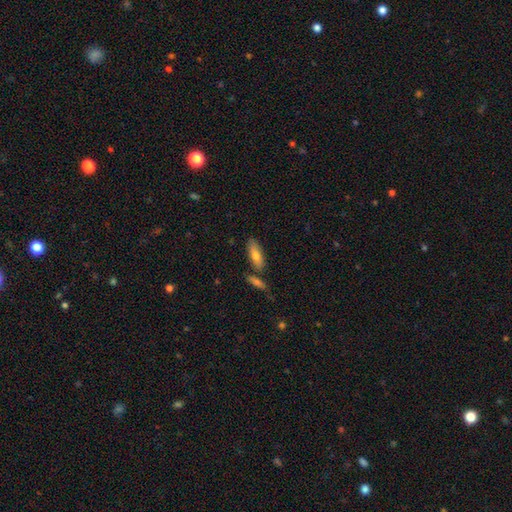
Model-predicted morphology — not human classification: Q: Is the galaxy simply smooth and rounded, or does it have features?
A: smooth — 69%.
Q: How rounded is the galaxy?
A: in between — 58%.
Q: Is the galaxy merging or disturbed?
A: none — 70%.